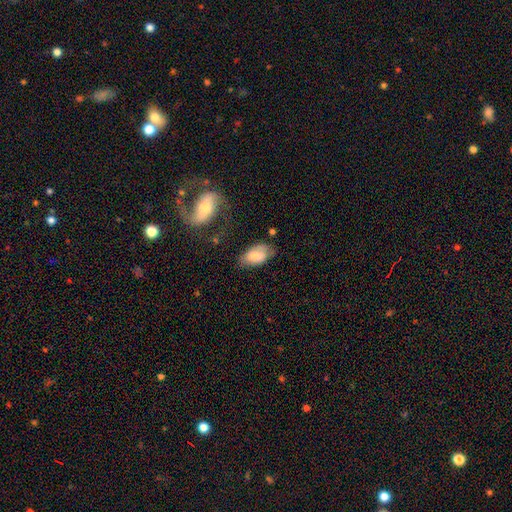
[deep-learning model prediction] Smooth or featured?
  - smooth: 74% *
  - featured or disk: 18%
  - star or artifact: 7%
How rounded?
  - in between: 93% *
  - round: 4%
  - cigar-shaped: 2%
Merging?
  - none: 54% *
  - minor disturbance: 29%
  - major disturbance: 11%
  - merger: 6%